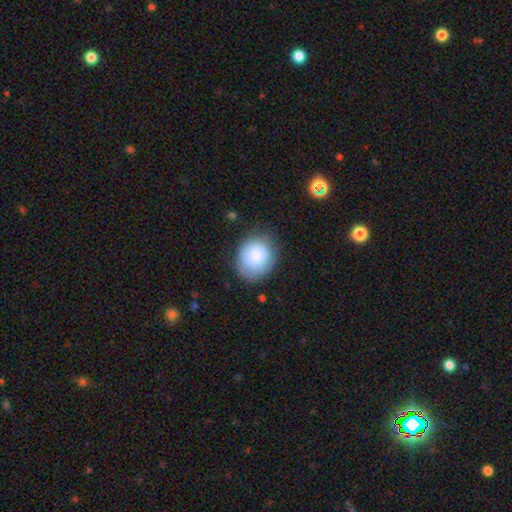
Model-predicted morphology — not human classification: This is likely a smooth galaxy (78%). How rounded: likely round (72%). Merging: likely none (70%).